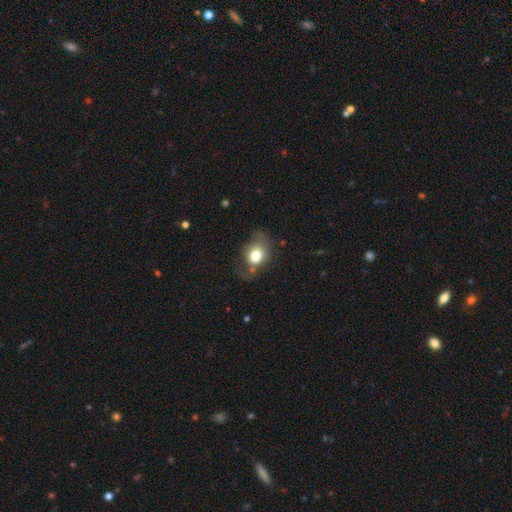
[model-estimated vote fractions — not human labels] Q: Smooth or featured?
A: smooth (73%); runner-up: featured or disk (18%)
Q: How rounded?
A: in between (55%); runner-up: round (44%)
Q: Merging?
A: none (48%); runner-up: minor disturbance (27%)